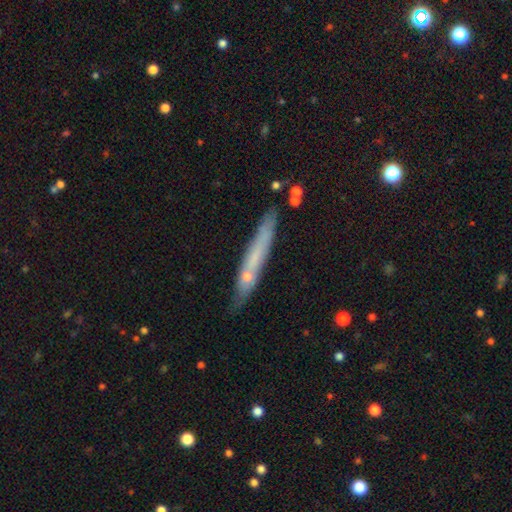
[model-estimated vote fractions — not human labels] Q: Smooth or featured?
A: smooth (49%); runner-up: featured or disk (42%)
Q: Merging?
A: none (75%); runner-up: minor disturbance (16%)